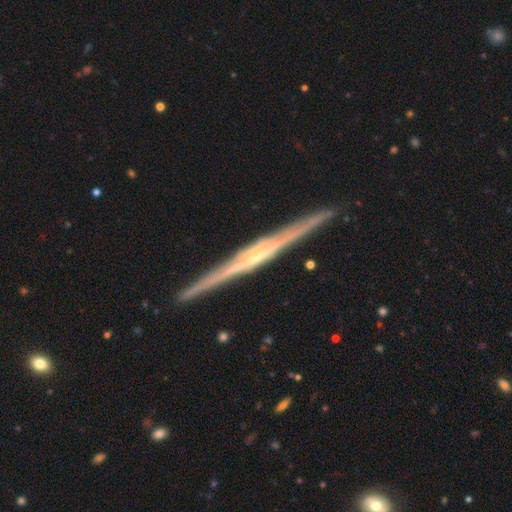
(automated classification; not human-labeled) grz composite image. It shows a featured or disk galaxy (87%) viewed edge-on (98%) with a rounded central bulge (55%). Merging: none (92%).